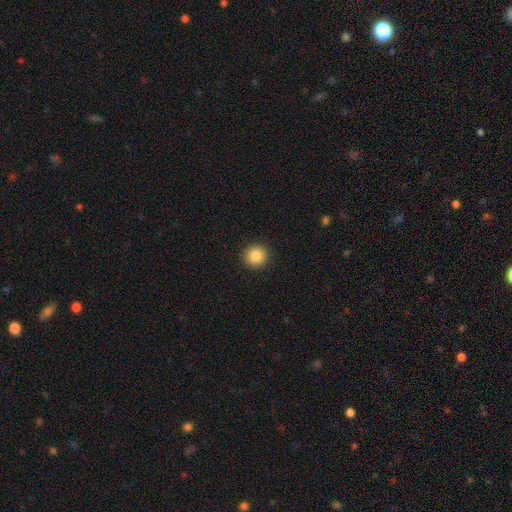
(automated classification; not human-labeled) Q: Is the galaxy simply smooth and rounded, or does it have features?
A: smooth — 86%.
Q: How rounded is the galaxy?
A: round — 94%.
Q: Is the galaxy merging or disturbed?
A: none — 93%.